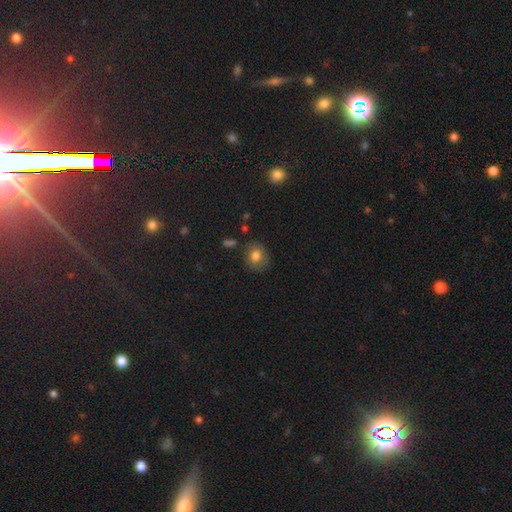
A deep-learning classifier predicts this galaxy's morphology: Smooth or featured? smooth (77%)
How rounded? round (64%)
Merging? none (77%)